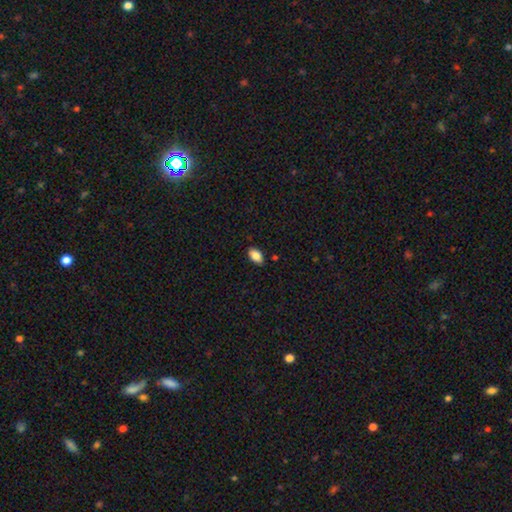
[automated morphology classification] This appears to be a smooth galaxy with no disk features (86%) that is in between round and cigar-shaped (92%). Merging: none (87%).